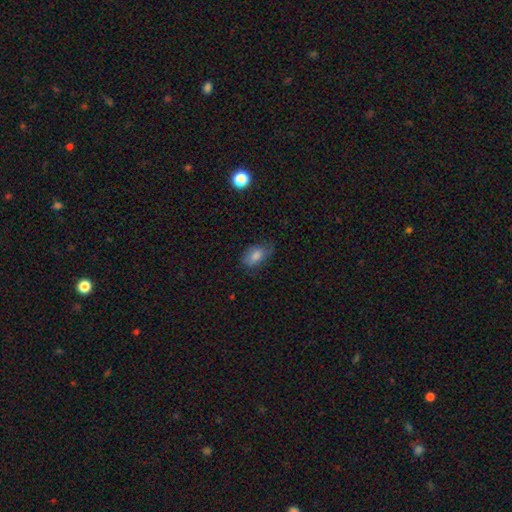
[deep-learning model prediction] Morphology: type=smooth (78%); roundness=in between (87%); merging=none (64%).